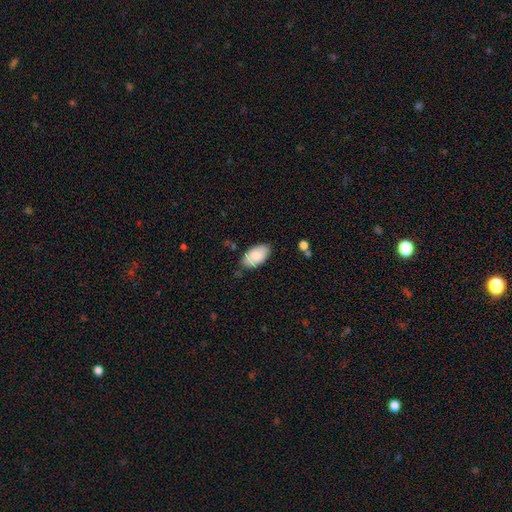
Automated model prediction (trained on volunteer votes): Smooth or featured: smooth — 84% (featured or disk — 10%)
How rounded: in between — 95% (round — 3%)
Merging: none — 76% (minor disturbance — 19%)